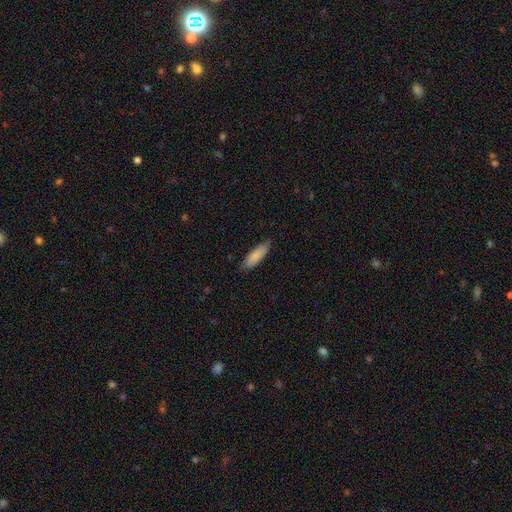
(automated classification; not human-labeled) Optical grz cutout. It shows a smooth galaxy with no disk features (85%) that is cigar-shaped (51%). Merging: none (79%).